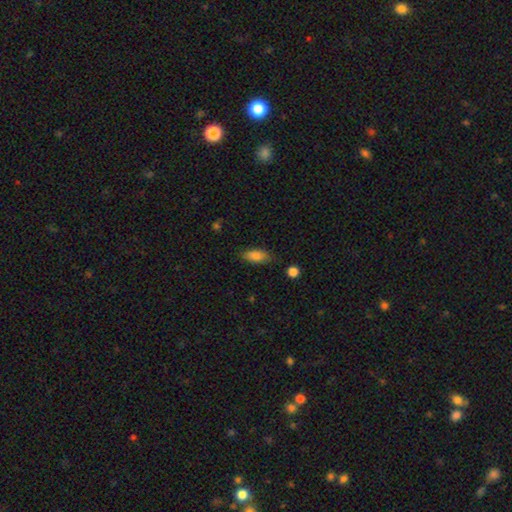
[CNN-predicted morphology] The model was most divided on "merging": none: 79%, minor disturbance: 16%, major disturbance: 3%, merger: 2%. More confident: smooth or featured — smooth (84%); how rounded — in between (84%).